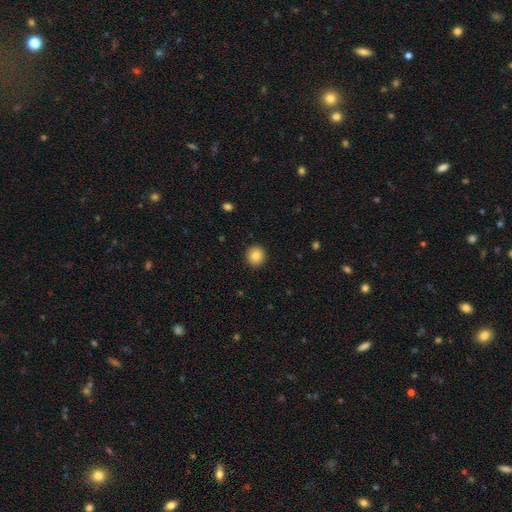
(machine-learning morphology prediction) Smooth or featured?
  - smooth: 84% *
  - star or artifact: 10%
  - featured or disk: 7%
How rounded?
  - round: 93% *
  - in between: 6%
  - cigar-shaped: 1%
Merging?
  - none: 92% *
  - minor disturbance: 5%
  - major disturbance: 2%
  - merger: 1%